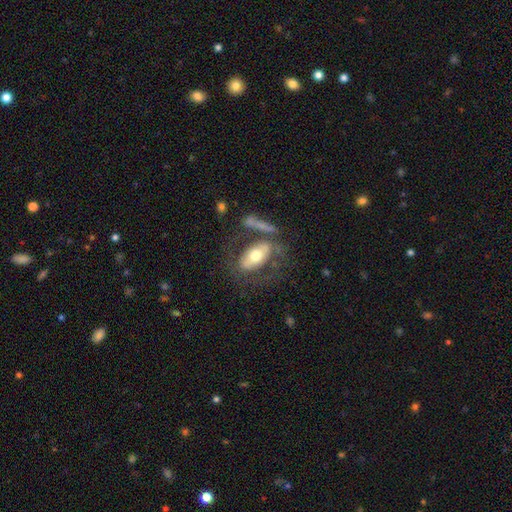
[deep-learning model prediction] The model was most divided on "smooth or featured": featured or disk: 49%, smooth: 45%, star or artifact: 6%. Remaining: merging — none (48%).